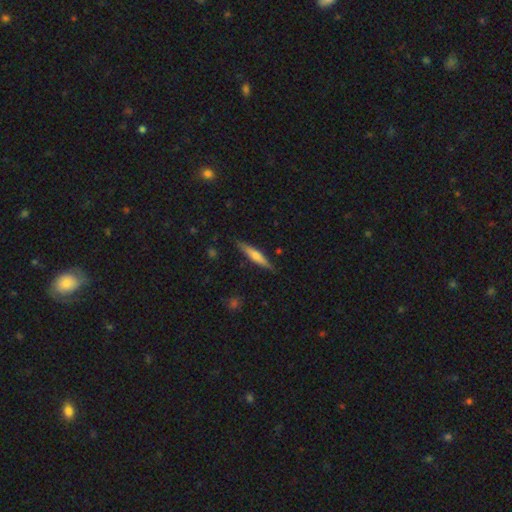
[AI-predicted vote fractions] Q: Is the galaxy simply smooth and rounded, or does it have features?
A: smooth — 52%.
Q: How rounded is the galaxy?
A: cigar-shaped — 88%.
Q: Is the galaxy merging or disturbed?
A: none — 87%.